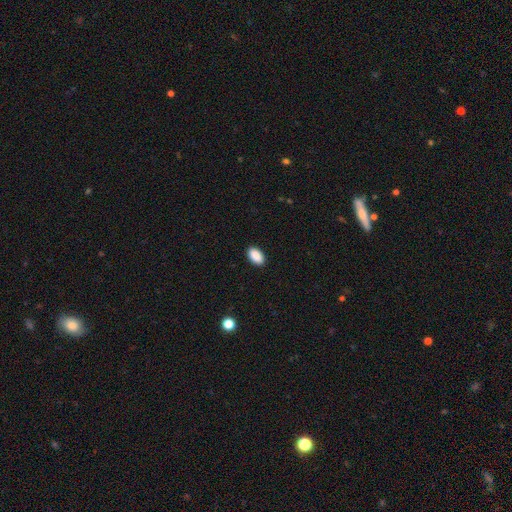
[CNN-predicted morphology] This appears to be a smooth galaxy with no disk features (90%) that is in between round and cigar-shaped (94%). Merging: none (90%).